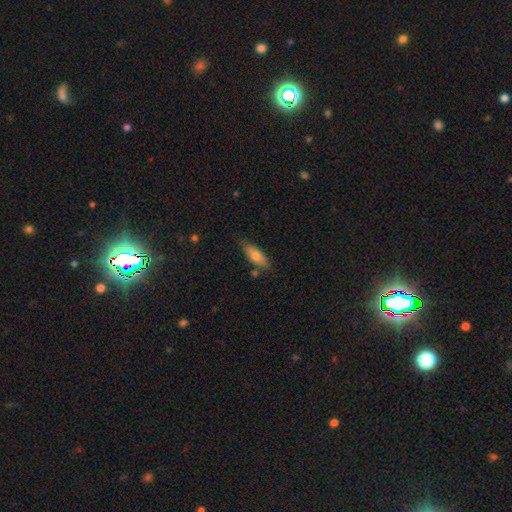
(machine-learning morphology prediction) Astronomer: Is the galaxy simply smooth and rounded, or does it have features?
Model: smooth — 72%.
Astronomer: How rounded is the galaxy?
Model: in between — 61% (runner-up: cigar-shaped, 36%).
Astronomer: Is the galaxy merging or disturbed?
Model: none — 74%.